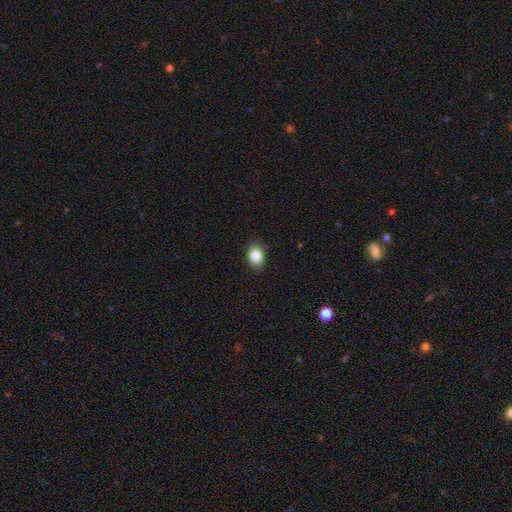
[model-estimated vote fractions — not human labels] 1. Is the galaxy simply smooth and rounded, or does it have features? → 86% smooth, 8% star or artifact, 6% featured or disk.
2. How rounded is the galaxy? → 75% in between, 23% round, 1% cigar-shaped.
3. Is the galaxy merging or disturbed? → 88% none, 9% minor disturbance, 2% major disturbance, 1% merger.